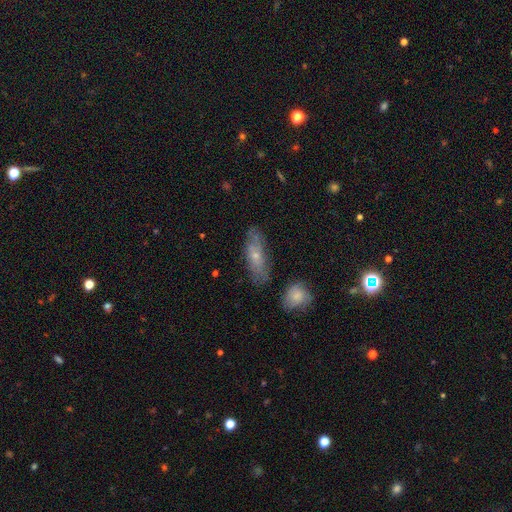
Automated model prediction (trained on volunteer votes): Smooth or featured: smooth — 51% (featured or disk — 42%)
How rounded: in between — 63% (cigar-shaped — 33%)
Merging: none — 72% (minor disturbance — 19%)